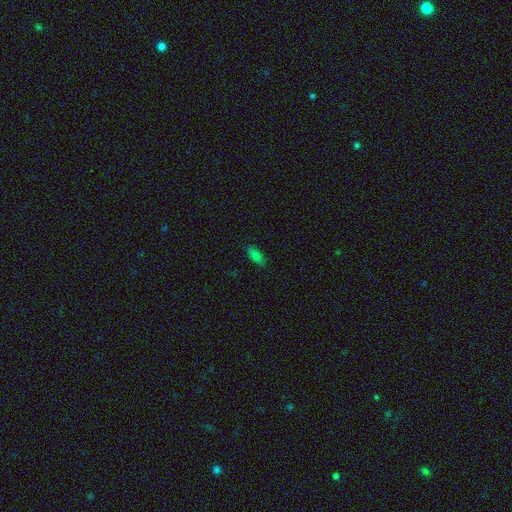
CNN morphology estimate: This is likely a smooth galaxy (75%). How rounded: likely in between (74%). Merging: clearly none (85%).